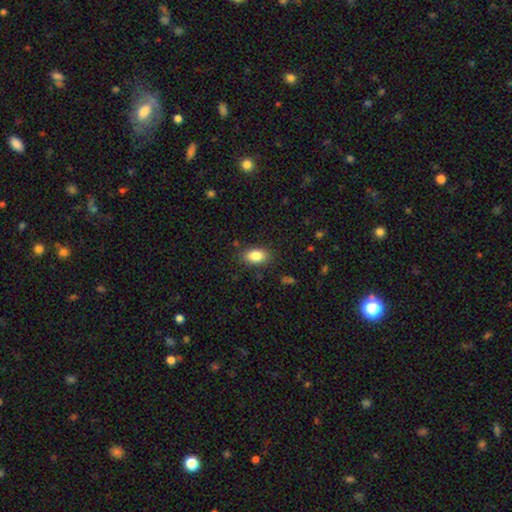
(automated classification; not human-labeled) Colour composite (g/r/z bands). It shows a smooth galaxy with no disk features (85%) that is in between round and cigar-shaped (90%). Merging: none (85%).